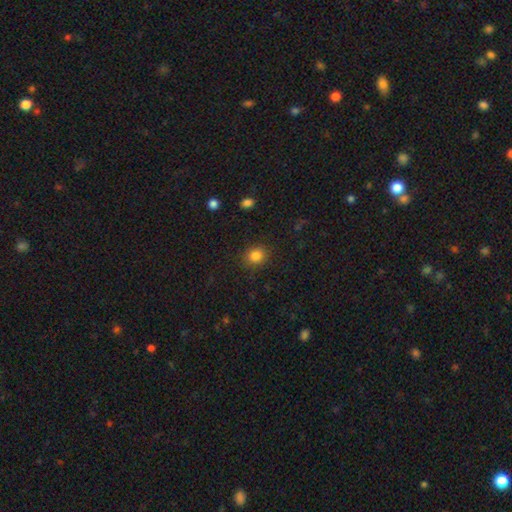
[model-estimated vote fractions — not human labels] Smooth or featured: smooth — 84% (star or artifact — 12%)
How rounded: round — 78% (in between — 21%)
Merging: none — 88% (minor disturbance — 8%)